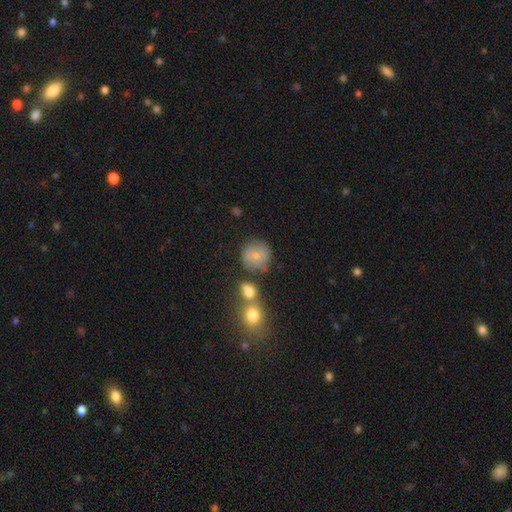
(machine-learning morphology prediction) smooth 69%, featured or disk 22%, star or artifact 9%. Down the decision tree: how rounded — round (88%); merging — none (63%).